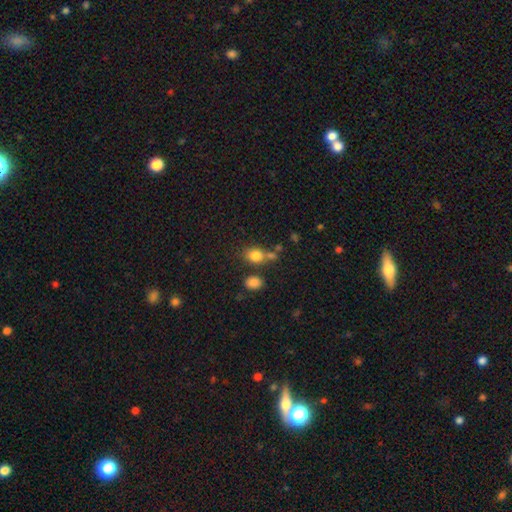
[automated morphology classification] smooth-or-featured: smooth: 81% | star or artifact: 11% | featured or disk: 7%
  how-rounded: in between: 53% | round: 45% | cigar-shaped: 1%
  merging: none: 57% | merger: 24% | minor disturbance: 14% | major disturbance: 6%